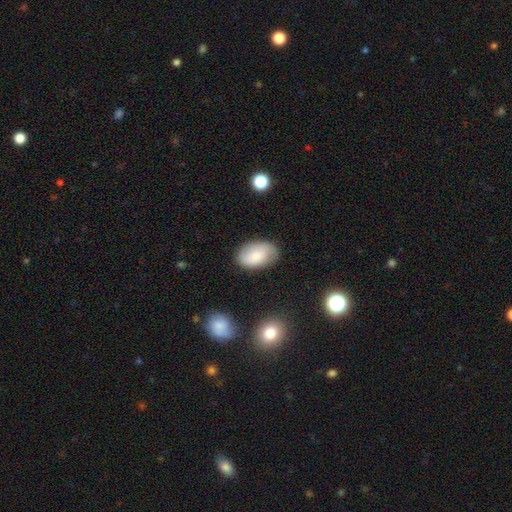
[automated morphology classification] smooth_or_featured: smooth (p=0.75) [alt: featured or disk p=0.18]
how_rounded: in between (p=0.91) [alt: round p=0.08]
merging: none (p=0.78) [alt: minor disturbance p=0.17]